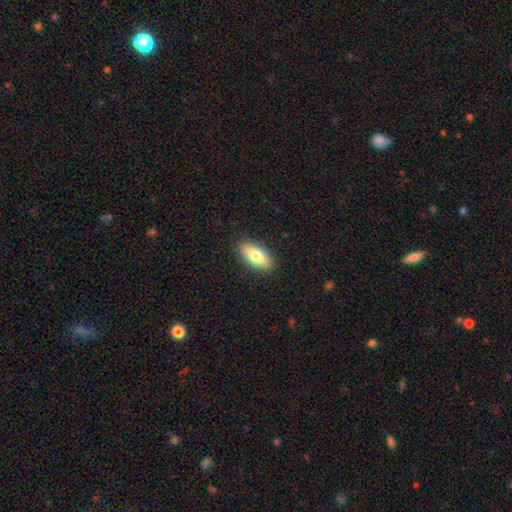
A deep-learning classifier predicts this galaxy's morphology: A smooth galaxy with no disk features (76%) that is in between round and cigar-shaped (84%).

Vote fractions:
- Smooth or featured? smooth: 76% / featured or disk: 18% / star or artifact: 6%
- How rounded? in between: 84% / cigar-shaped: 13% / round: 3%
- Merging? none: 89% / minor disturbance: 8% / major disturbance: 2% / merger: 1%